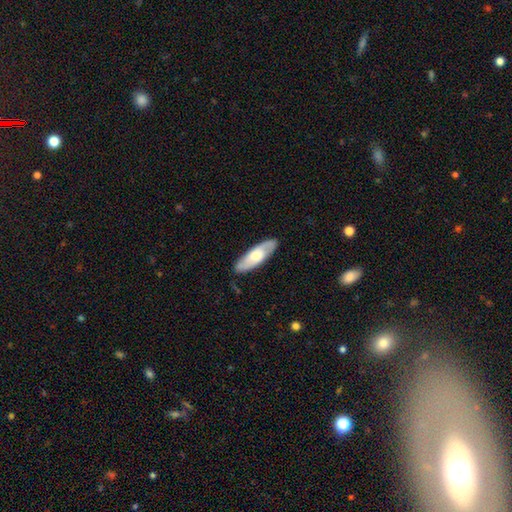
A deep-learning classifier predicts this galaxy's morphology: Smooth or featured? Predicted: smooth (p=0.51). How rounded? Predicted: in between (p=0.52). Merging? Predicted: none (p=0.86).